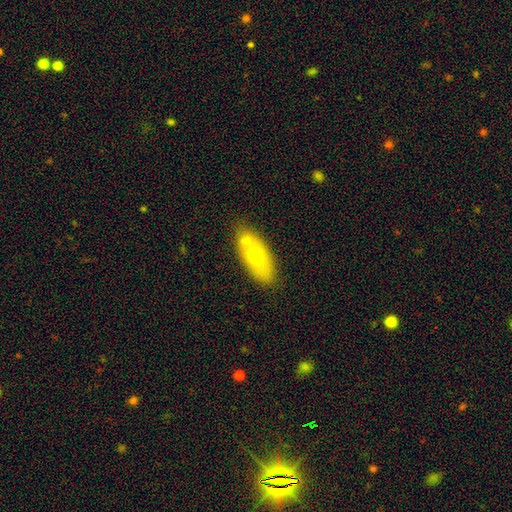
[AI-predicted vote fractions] Smooth or featured?
  - smooth: 61% *
  - featured or disk: 31%
  - star or artifact: 8%
How rounded?
  - in between: 80% *
  - cigar-shaped: 12%
  - round: 8%
Merging?
  - none: 48% *
  - merger: 37%
  - minor disturbance: 11%
  - major disturbance: 4%